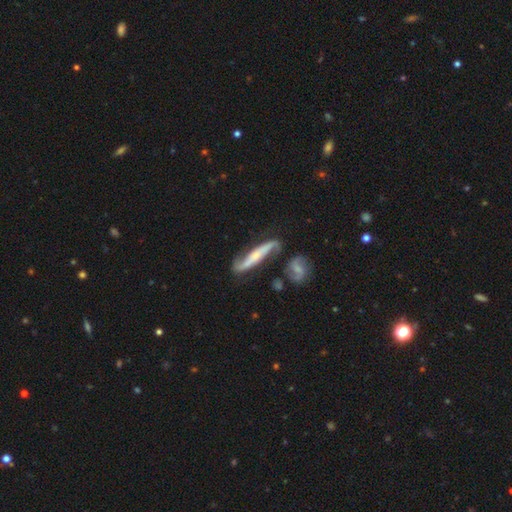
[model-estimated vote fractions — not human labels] Smooth or featured: featured or disk — 80% (smooth — 15%)
Edge-on disk: no — 68% (yes — 32%)
Bar: strong — 41% (no — 36%)
Spiral arms: yes — 94% (no — 6%)
Spiral winding: loose — 56% (medium — 29%)
Spiral arm count: 2 — 91% (can't tell — 4%)
Bulge size: small — 59% (moderate — 33%)
Merging: none — 68% (minor disturbance — 17%)